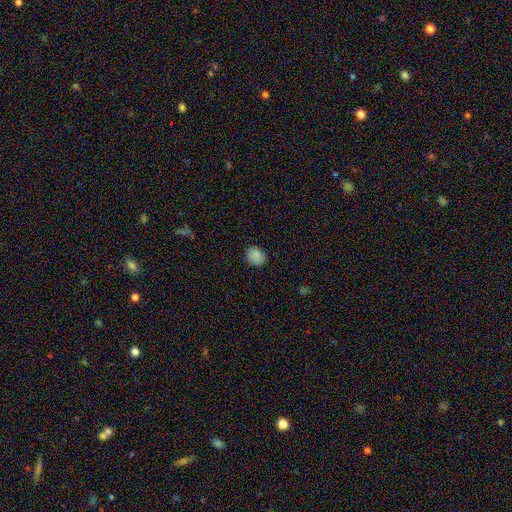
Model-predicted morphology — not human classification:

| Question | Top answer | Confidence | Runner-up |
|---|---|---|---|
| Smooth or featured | smooth | 85% | star or artifact (10%) |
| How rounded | round | 65% | in between (34%) |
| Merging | none | 84% | minor disturbance (12%) |